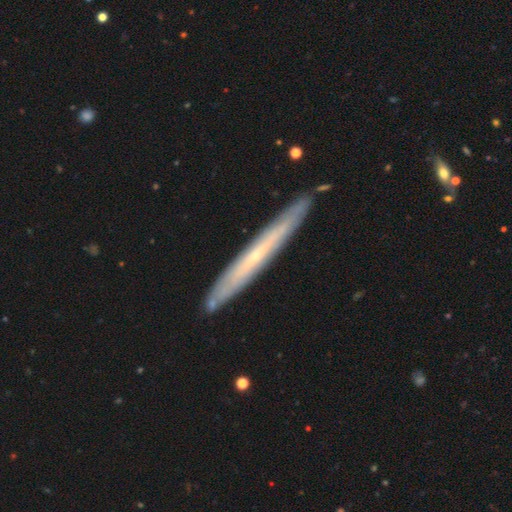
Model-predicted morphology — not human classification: Smooth or featured: featured or disk — 65% (smooth — 29%)
Edge-on disk: yes — 86% (no — 14%)
Edge-on bulge: none — 71% (rounded — 26%)
Merging: none — 88% (minor disturbance — 9%)